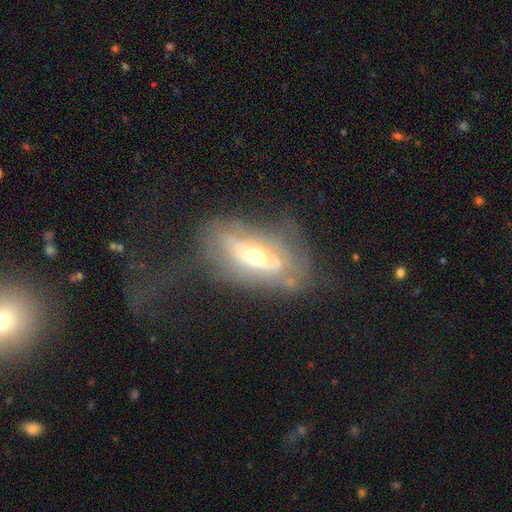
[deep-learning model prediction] smooth_or_featured: featured or disk (p=0.58) [alt: smooth p=0.32]
disk_edge_on: no (p=0.73) [alt: yes p=0.27]
merging: major disturbance (p=0.41) [alt: none p=0.31]